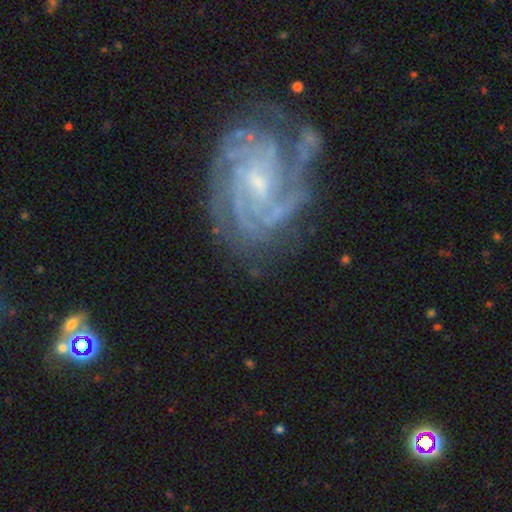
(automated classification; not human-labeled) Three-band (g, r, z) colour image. It shows a featured or disk galaxy (87%) with a weak bar (47%), tight (64%) spiral arms (96%) and a small central bulge (61%). Merging: none (65%).